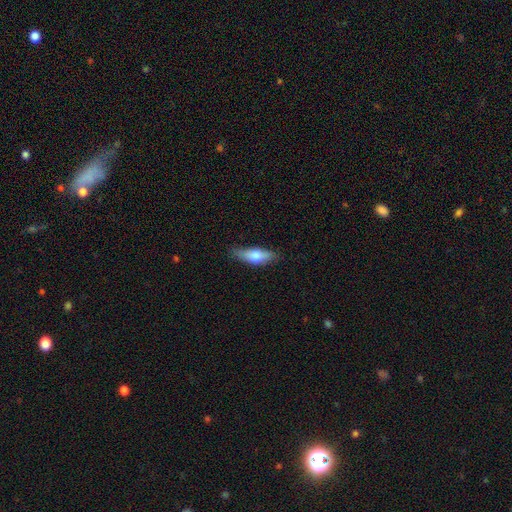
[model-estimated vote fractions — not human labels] Morphology: type=smooth (64%); roundness=in between (60%); merging=none (75%).